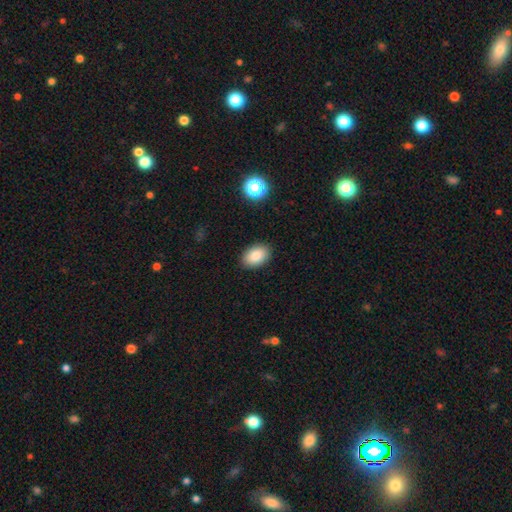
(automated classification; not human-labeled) Q: Smooth or featured?
A: smooth (87%); runner-up: star or artifact (8%)
Q: How rounded?
A: in between (88%); runner-up: round (11%)
Q: Merging?
A: none (89%); runner-up: minor disturbance (8%)